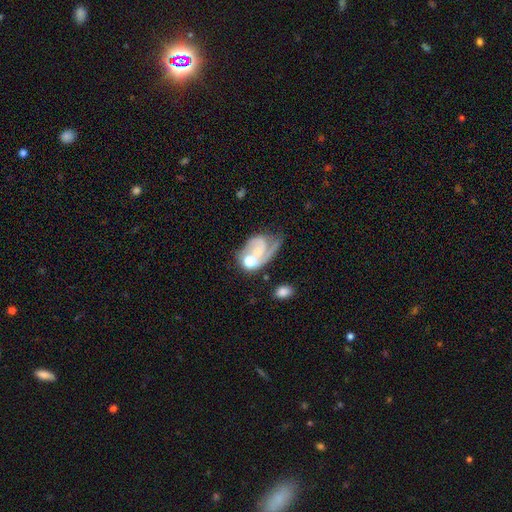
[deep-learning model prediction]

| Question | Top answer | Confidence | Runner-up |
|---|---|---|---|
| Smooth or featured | featured or disk | 72% | smooth (21%) |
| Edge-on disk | no | 97% | yes (3%) |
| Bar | no | 68% | weak (26%) |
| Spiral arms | yes | 86% | no (14%) |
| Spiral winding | medium | 42% | tight (30%) |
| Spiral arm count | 2 | 43% | tied: 1 (43%) |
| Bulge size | small | 39% | moderate (33%) |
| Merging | none | 30% | major disturbance (27%) |